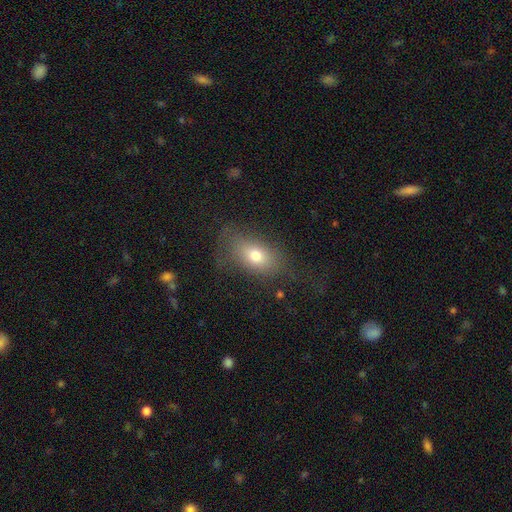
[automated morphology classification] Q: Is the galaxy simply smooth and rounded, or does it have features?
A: smooth — 71%.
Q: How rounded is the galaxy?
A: in between — 81%.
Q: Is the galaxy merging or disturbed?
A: none — 60%.